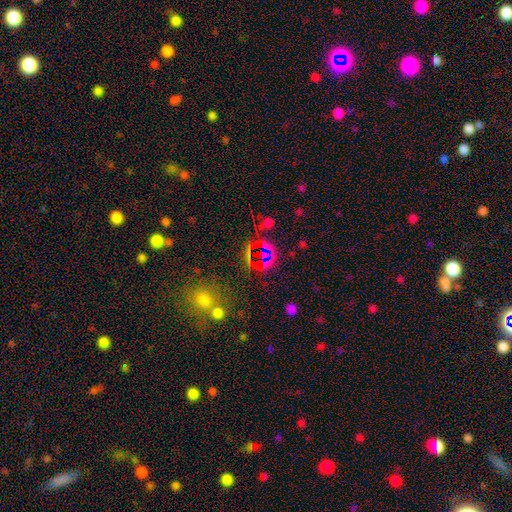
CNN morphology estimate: Smooth or featured? star or artifact (68%)